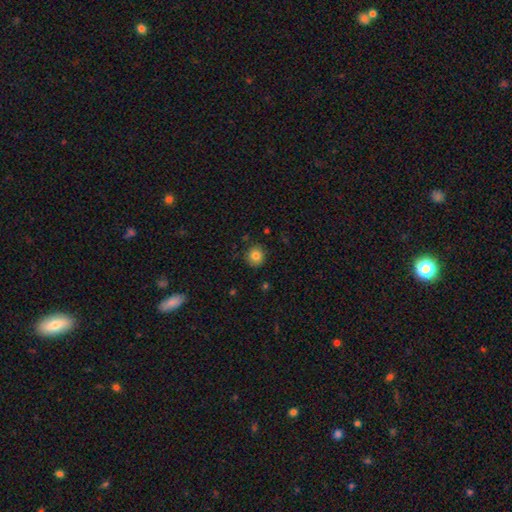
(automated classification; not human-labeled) This is clearly a smooth galaxy (82%). How rounded: clearly round (88%). Merging: clearly none (88%).